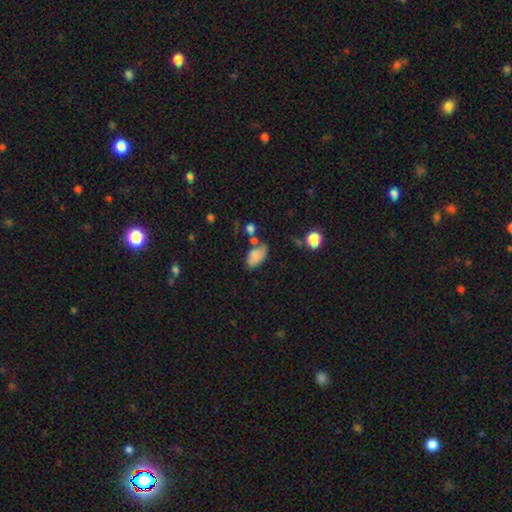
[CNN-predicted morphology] Smooth or featured: smooth — 80% (featured or disk — 10%)
How rounded: in between — 92% (round — 7%)
Merging: none — 50% (minor disturbance — 26%)